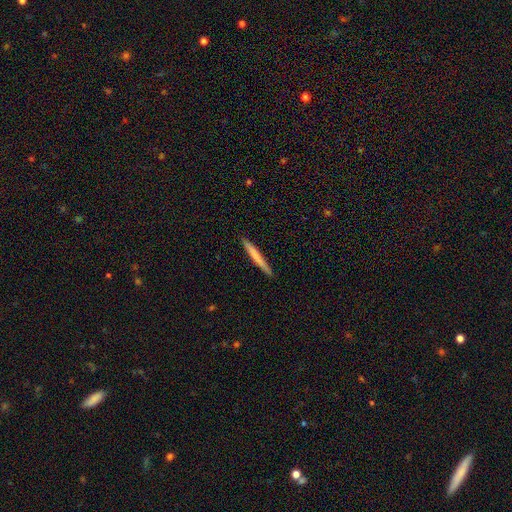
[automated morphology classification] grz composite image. It shows a smooth galaxy with no disk features (69%) that is cigar-shaped (97%). Merging: none (91%).